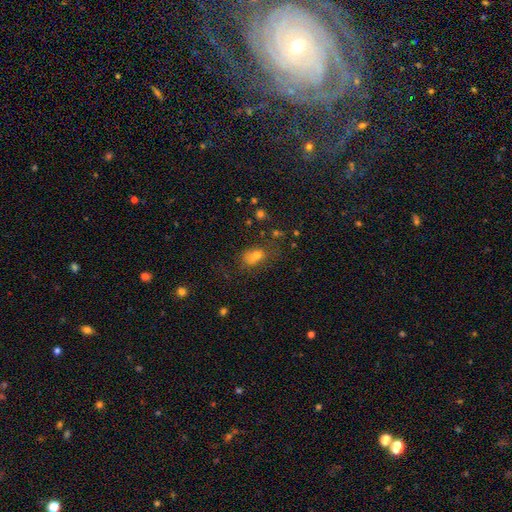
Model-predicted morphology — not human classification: Smooth or featured?
  - smooth: 64% *
  - star or artifact: 21%
  - featured or disk: 15%
How rounded?
  - in between: 73% *
  - round: 24%
  - cigar-shaped: 3%
Merging?
  - none: 52% *
  - minor disturbance: 23%
  - major disturbance: 19%
  - merger: 7%